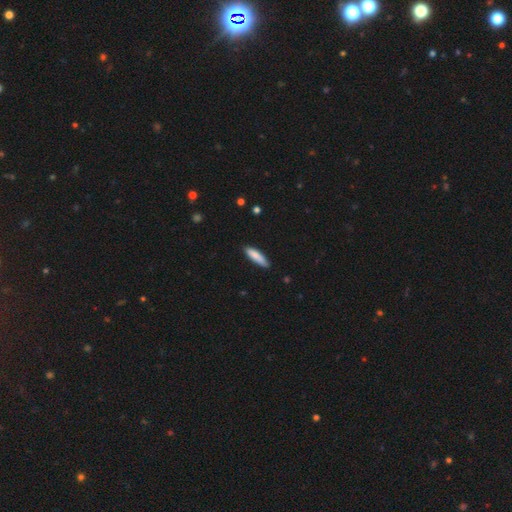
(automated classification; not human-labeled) A smooth galaxy with no disk features (85%) that is cigar-shaped (69%). Merging: none (84%).